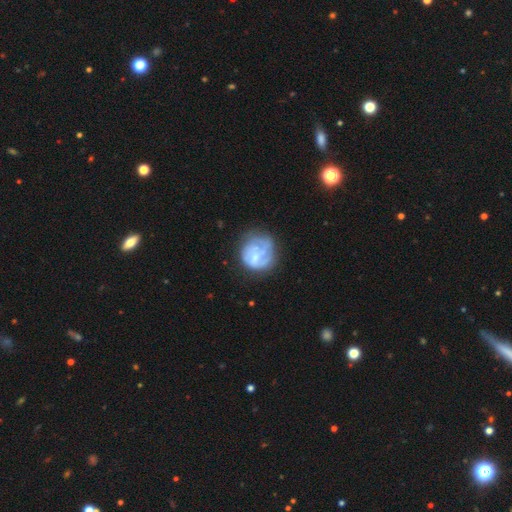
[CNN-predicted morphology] A featured or disk galaxy (59%) with no bar (62%), spiral arms (67%) and a small central bulge (46%).

Vote fractions:
- Smooth or featured? featured or disk: 59% / smooth: 34% / star or artifact: 8%
- Edge-on disk? no: 98% / yes: 2%
- Bar? no: 62% / weak: 32% / strong: 6%
- Spiral arms? yes: 67% / no: 33%
- Bulge size? small: 46% / moderate: 27% / none: 22% / large: 3% / dominant: 1%
- Merging? none: 49% / minor disturbance: 25% / major disturbance: 23% / merger: 3%